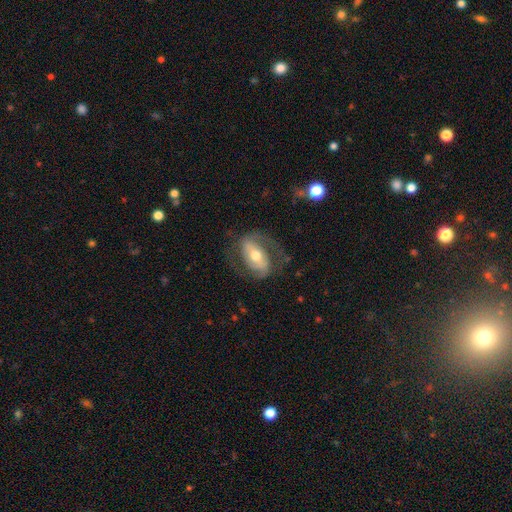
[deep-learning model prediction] Overall: featured or disk (77%). Edge-on disk: no (94%). Bar: strong (46%; weak 32%). Spiral arms: yes (86%). Spiral arm count: 2 (85%). Spiral winding: medium (50%; tight 26%). Bulge size: moderate (68%). Merging: none (68%).